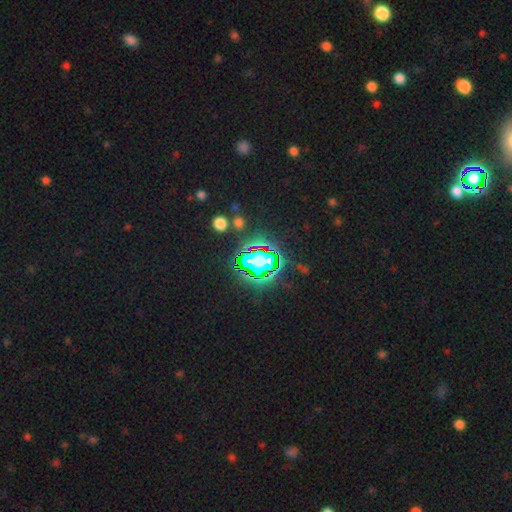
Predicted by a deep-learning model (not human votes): Smooth or featured? star or artifact (81%)